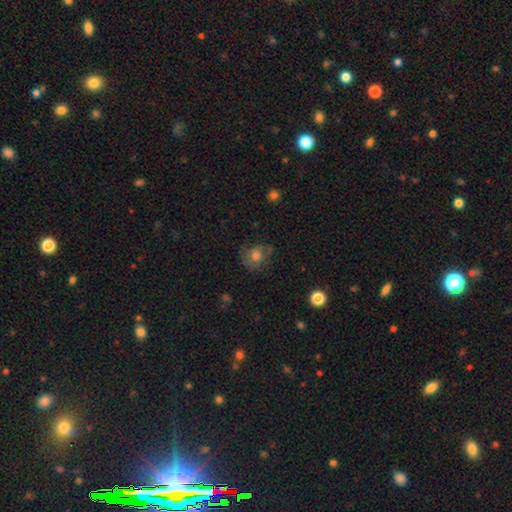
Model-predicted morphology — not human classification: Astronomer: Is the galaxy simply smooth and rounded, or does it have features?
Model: smooth — 66%.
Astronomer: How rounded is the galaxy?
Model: round — 77%.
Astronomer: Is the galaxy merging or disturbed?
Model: none — 65%.